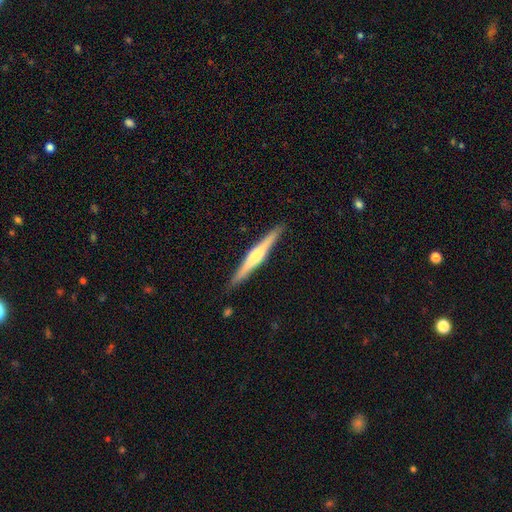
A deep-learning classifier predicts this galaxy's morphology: A featured or disk galaxy (65%) viewed edge-on (98%) with a rounded central bulge (69%). Merging: none (90%).